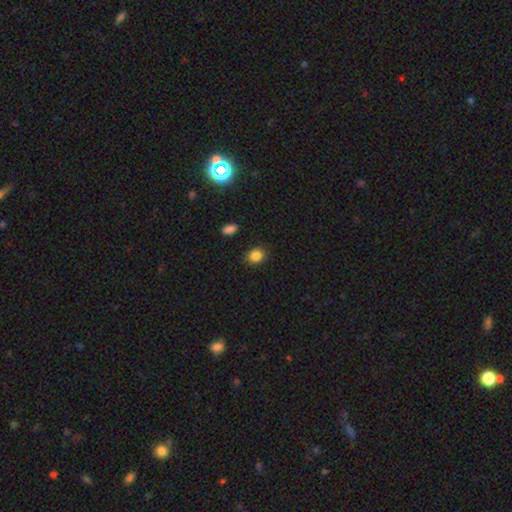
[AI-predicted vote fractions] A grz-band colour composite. It shows a smooth galaxy with no disk features (85%) that is round (63%). Merging: none (87%).